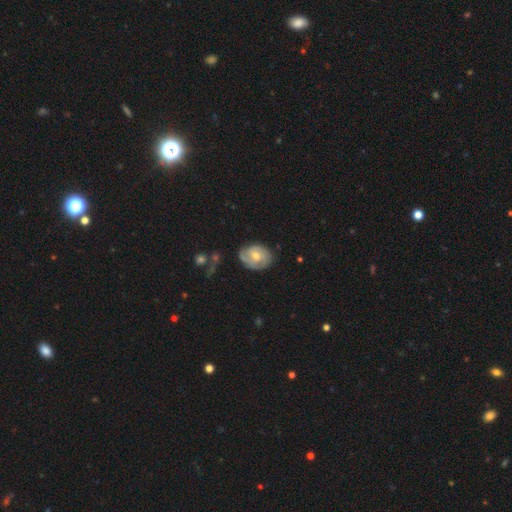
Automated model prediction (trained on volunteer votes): Smooth or featured? featured or disk (64%)
Edge-on disk? no (96%)
Bar? no (60%)
Spiral arms? yes (80%)
Bulge size? moderate (68%)
Merging? none (66%)